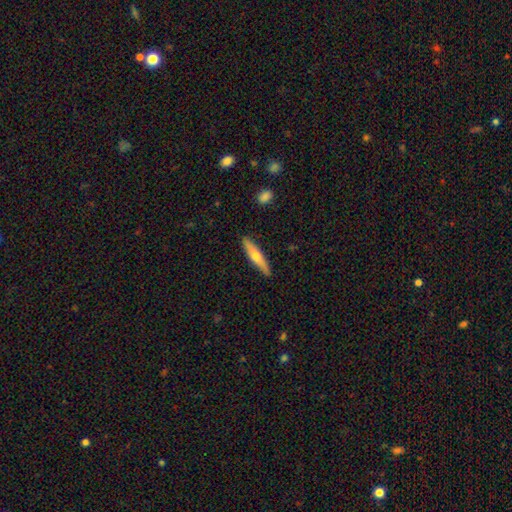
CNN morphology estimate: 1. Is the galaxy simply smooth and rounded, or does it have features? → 52% smooth, 43% featured or disk, 5% star or artifact.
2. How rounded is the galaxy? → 84% cigar-shaped, 14% in between, 2% round.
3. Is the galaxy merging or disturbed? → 87% none, 10% minor disturbance, 2% major disturbance, 1% merger.